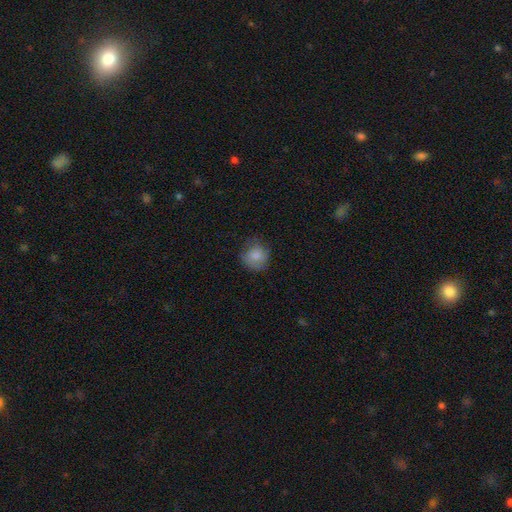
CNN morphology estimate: type=smooth (81%); roundness=round (84%); merging=none (70%).